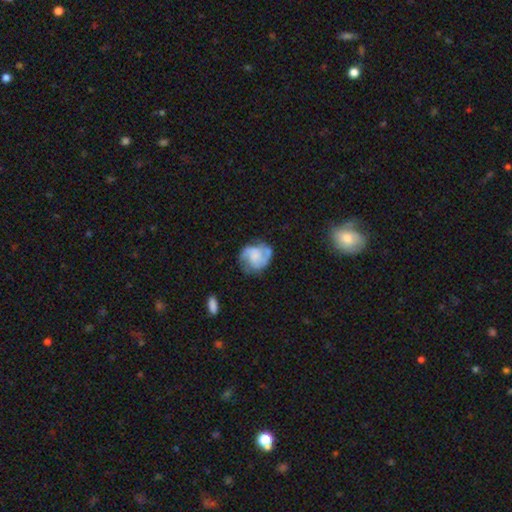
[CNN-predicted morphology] Smooth or featured?
  - featured or disk: 71% *
  - smooth: 22%
  - star or artifact: 7%
Edge-on disk?
  - no: 98% *
  - yes: 2%
Bar?
  - no: 64% *
  - weak: 29%
  - strong: 7%
Spiral arms?
  - yes: 92% *
  - no: 8%
Spiral winding?
  - medium: 47% *
  - tight: 30%
  - loose: 22%
Spiral arm count?
  - 2: 76% *
  - can't tell: 9%
  - 3: 8%
  - 1: 4%
  - 4: 2%
  - more than 4: 2%
Bulge size?
  - none: 47% *
  - small: 22%
  - moderate: 17%
  - large: 12%
  - dominant: 3%
Merging?
  - none: 61% *
  - minor disturbance: 23%
  - major disturbance: 12%
  - merger: 4%